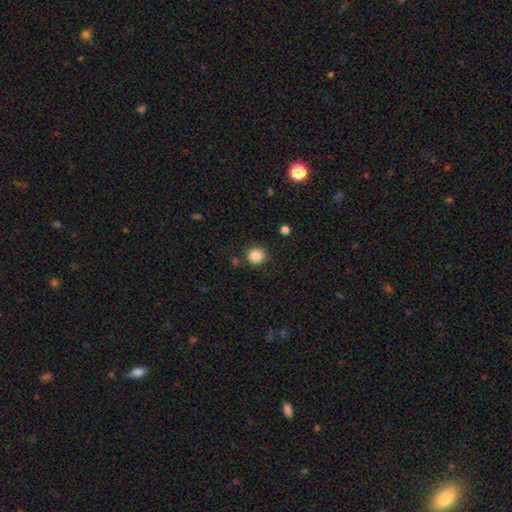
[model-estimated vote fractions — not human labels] This is clearly a smooth galaxy (86%). How rounded: clearly round (91%). Merging: clearly none (88%).